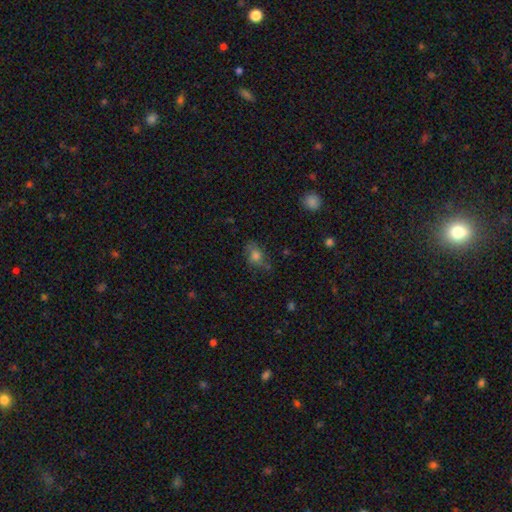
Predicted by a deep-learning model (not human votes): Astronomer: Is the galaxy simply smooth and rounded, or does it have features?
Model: smooth — 67%.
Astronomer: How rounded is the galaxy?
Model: in between — 63%.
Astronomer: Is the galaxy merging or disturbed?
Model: none — 61%.